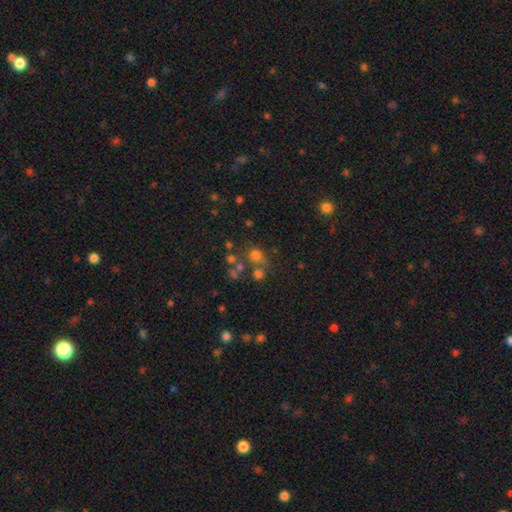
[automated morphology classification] Overall: smooth (63%). How rounded: round (82%). Merging: none (51%; merger 29%).